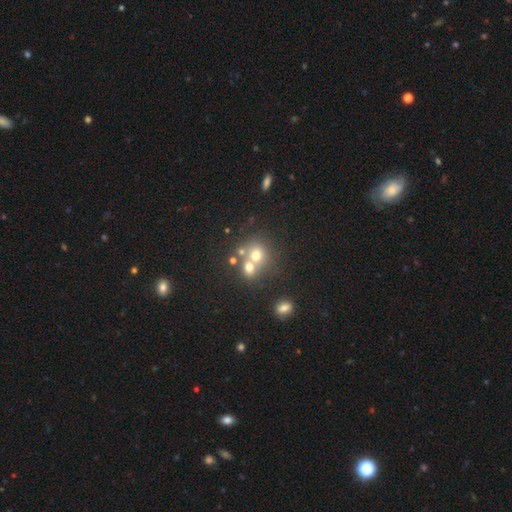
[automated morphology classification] Smooth or featured? smooth (65%)
How rounded? round (77%)
Merging? merger (50%)